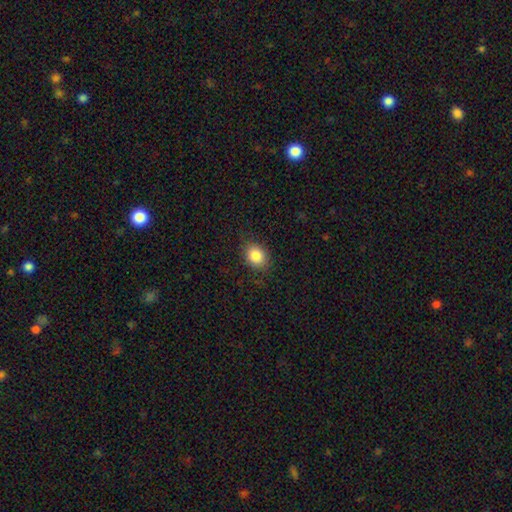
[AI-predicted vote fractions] The model was most divided on "how rounded": in between: 53%, round: 46%, cigar-shaped: 1%. More confident: smooth or featured — smooth (86%); merging — none (83%).